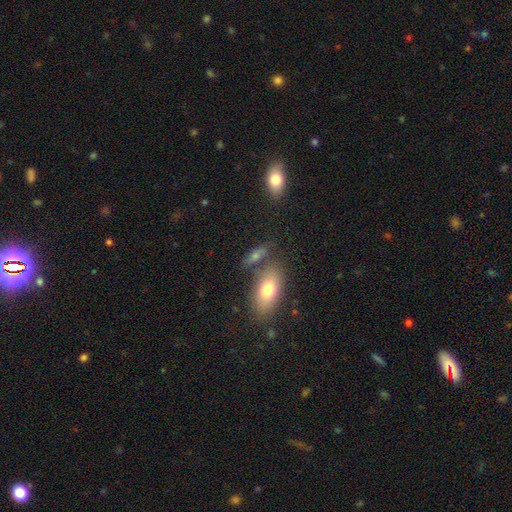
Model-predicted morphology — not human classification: A smooth galaxy with no disk features (64%) that is in between round and cigar-shaped (65%).

Vote fractions:
- Smooth or featured? smooth: 64% / featured or disk: 24% / star or artifact: 12%
- How rounded? in between: 65% / cigar-shaped: 26% / round: 9%
- Merging? none: 64% / merger: 16% / minor disturbance: 14% / major disturbance: 5%